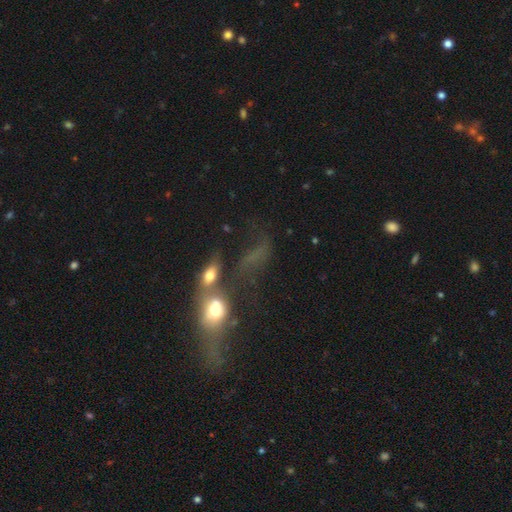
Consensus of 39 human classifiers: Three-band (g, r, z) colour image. It shows a smooth galaxy with no disk features (54%) that is in between round and cigar-shaped (62%). Merging: merger (56%).